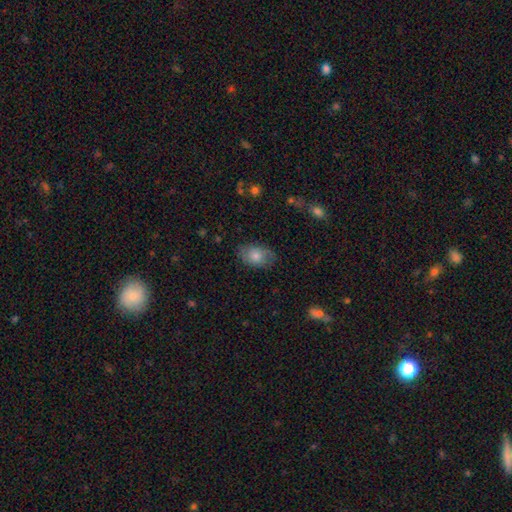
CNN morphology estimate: type=smooth (67%); roundness=in between (83%); merging=none (74%).